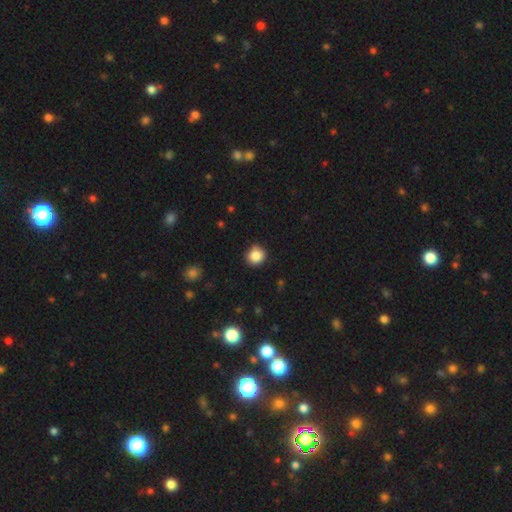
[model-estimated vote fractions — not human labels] This appears to be a smooth galaxy with no disk features (85%) that is round (88%). Merging: none (83%).